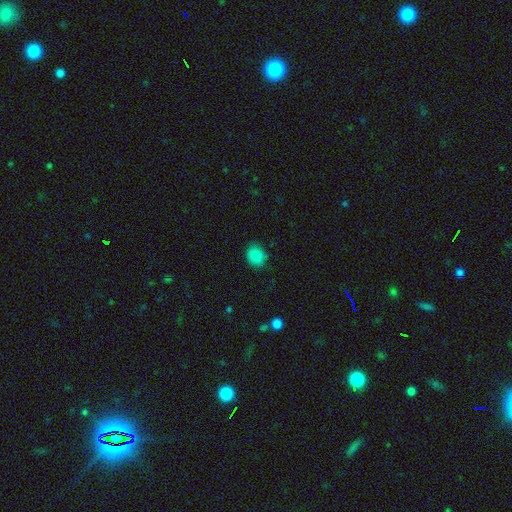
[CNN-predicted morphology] Q: Smooth or featured?
A: smooth (86%); runner-up: star or artifact (10%)
Q: How rounded?
A: round (54%); runner-up: in between (45%)
Q: Merging?
A: none (80%); runner-up: minor disturbance (16%)